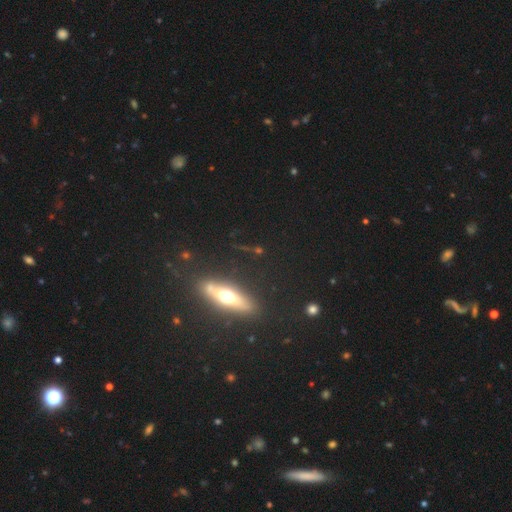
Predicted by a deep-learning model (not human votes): Smooth or featured?
  - featured or disk: 60% *
  - smooth: 29%
  - star or artifact: 11%
Edge-on disk?
  - yes: 87% *
  - no: 13%
Edge-on bulge?
  - rounded: 93% *
  - none: 4%
  - boxy: 3%
Merging?
  - none: 83% *
  - minor disturbance: 11%
  - major disturbance: 5%
  - merger: 2%